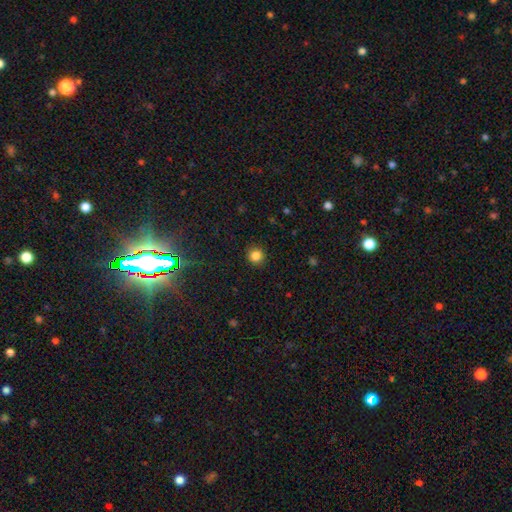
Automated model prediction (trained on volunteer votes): This is clearly a smooth galaxy (83%). How rounded: clearly round (93%). Merging: clearly none (91%).